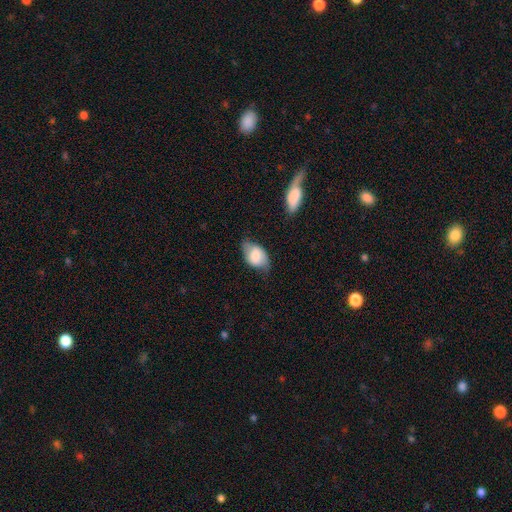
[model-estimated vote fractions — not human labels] Overall: smooth (66%). How rounded: in between (86%). Merging: none (58%; minor disturbance 31%).